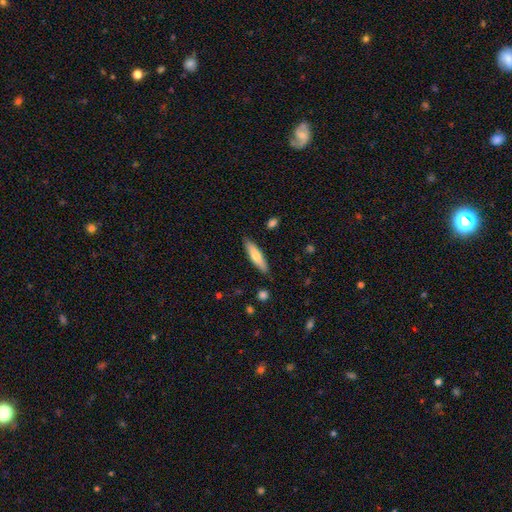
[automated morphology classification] The model was most divided on "smooth or featured": smooth: 65%, featured or disk: 29%, star or artifact: 6%. More confident: merging — none (87%); how rounded — cigar-shaped (70%).